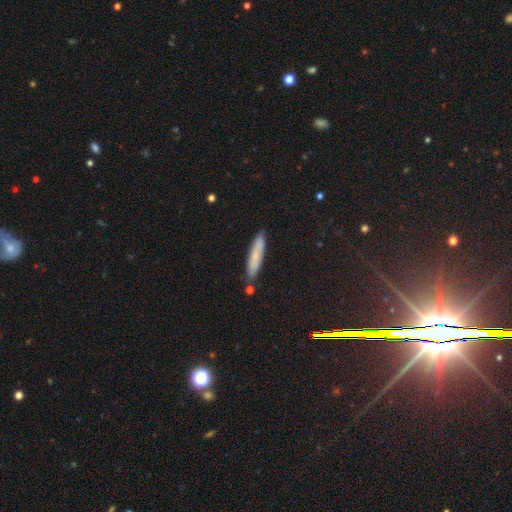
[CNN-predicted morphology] A smooth galaxy with no disk features (72%) that is cigar-shaped (88%). Merging: none (83%).